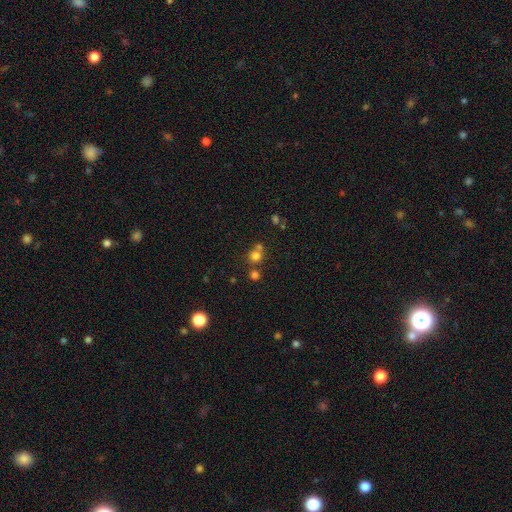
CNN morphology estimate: smooth-or-featured: smooth: 73% | star or artifact: 18% | featured or disk: 9%
  how-rounded: round: 88% | in between: 11% | cigar-shaped: 1%
  merging: none: 57% | merger: 32% | minor disturbance: 7% | major disturbance: 3%